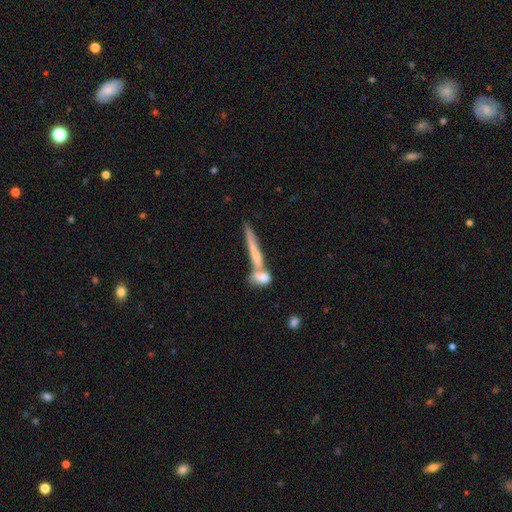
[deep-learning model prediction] Q: Smooth or featured?
A: smooth (47%); runner-up: featured or disk (43%)
Q: Merging?
A: none (52%); runner-up: merger (33%)